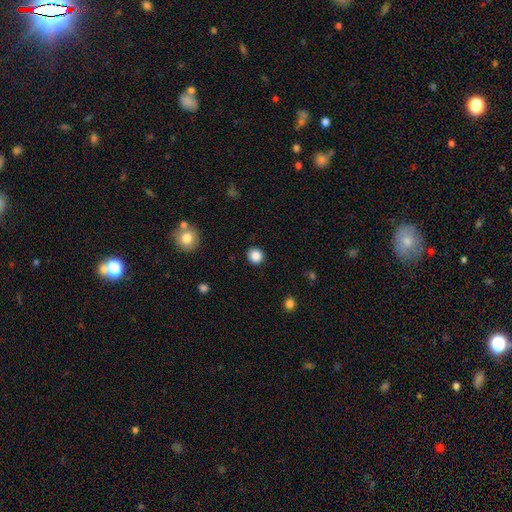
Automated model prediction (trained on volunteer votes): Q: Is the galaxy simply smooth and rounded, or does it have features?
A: smooth — 86%.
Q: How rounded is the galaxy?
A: round — 92%.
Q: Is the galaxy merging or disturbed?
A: none — 91%.